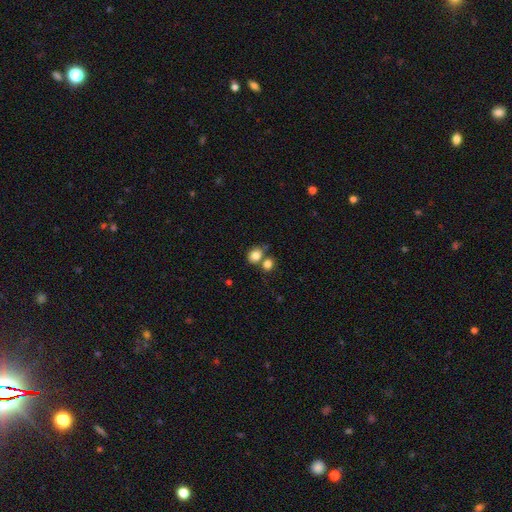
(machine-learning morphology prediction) type=smooth (82%); roundness=round (59%); merging=none (51%).